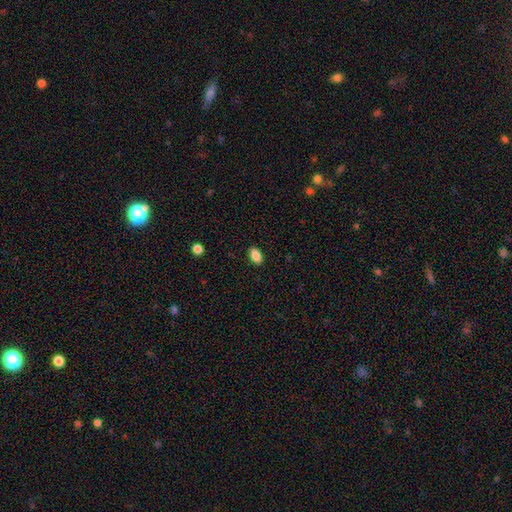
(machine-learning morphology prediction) type=smooth (88%); roundness=in between (90%); merging=none (89%).